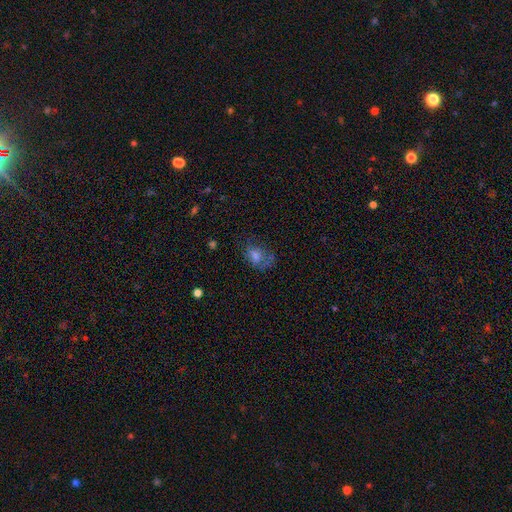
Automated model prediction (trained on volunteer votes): Smooth or featured? smooth (52%)
How rounded? in between (66%)
Merging? none (47%)